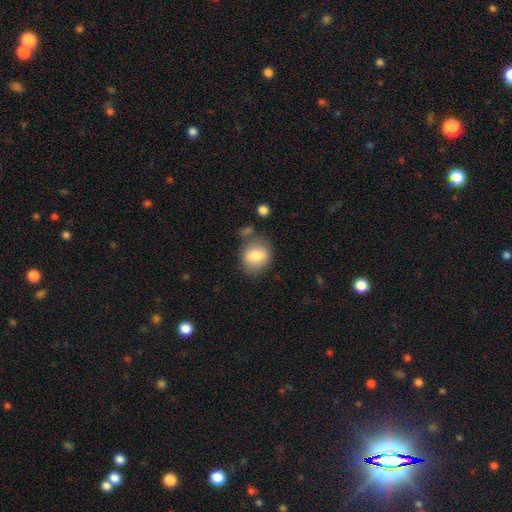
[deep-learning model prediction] Overall: smooth (78%). How rounded: round (60%; in between 39%). Merging: none (68%).